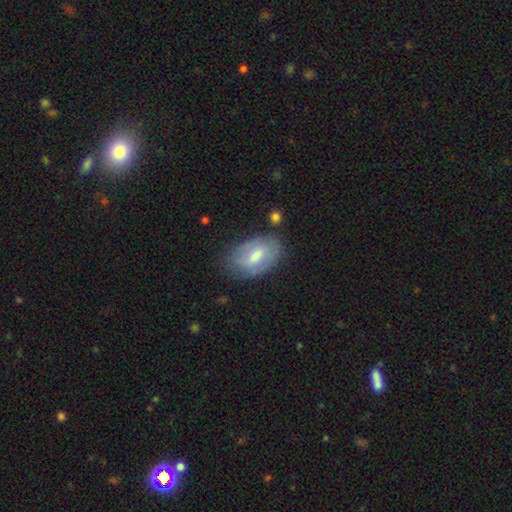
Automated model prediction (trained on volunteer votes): Smooth or featured? smooth (59%)
How rounded? in between (91%)
Merging? none (70%)